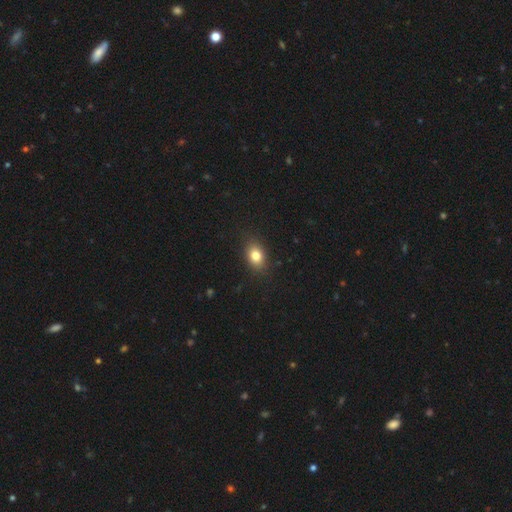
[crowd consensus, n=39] smooth_or_featured: smooth (p=0.85) [alt: star or artifact p=0.10]
how_rounded: in between (p=0.70) [alt: round p=0.27]
merging: none (p=0.77) [alt: minor disturbance p=0.17]